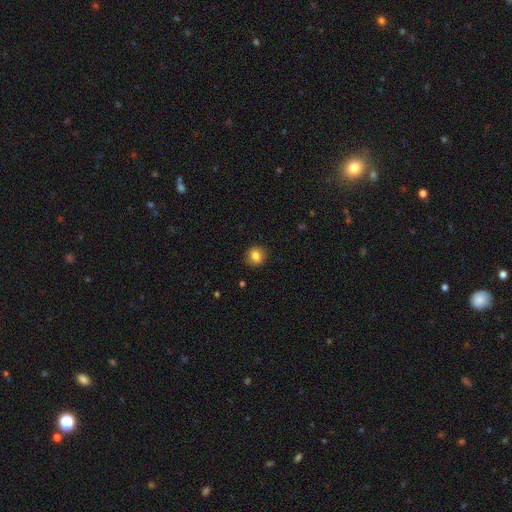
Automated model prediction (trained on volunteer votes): smooth_or_featured: smooth (p=0.82) [alt: star or artifact p=0.10]
how_rounded: round (p=0.74) [alt: in between p=0.25]
merging: none (p=0.88) [alt: minor disturbance p=0.09]